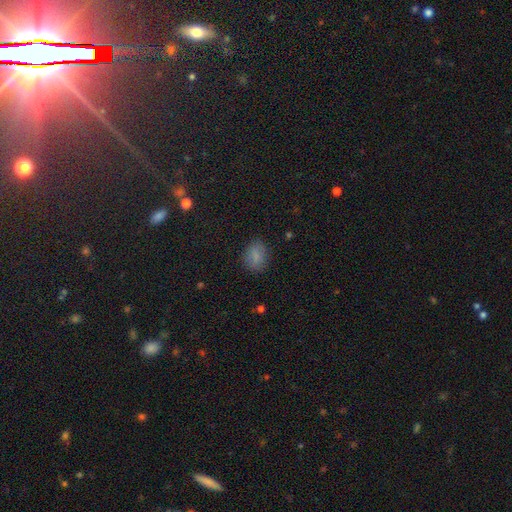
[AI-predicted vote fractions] Q: Smooth or featured?
A: smooth (81%); runner-up: star or artifact (11%)
Q: How rounded?
A: in between (59%); runner-up: round (40%)
Q: Merging?
A: none (82%); runner-up: minor disturbance (13%)